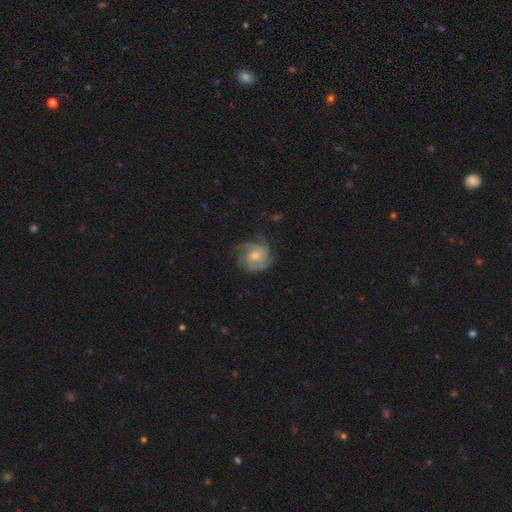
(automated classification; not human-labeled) Smooth or featured: featured or disk — 84% (smooth — 10%)
Edge-on disk: no — 98% (yes — 2%)
Bar: no — 71% (weak — 25%)
Spiral arms: yes — 97% (no — 3%)
Spiral winding: tight — 55% (medium — 37%)
Spiral arm count: 3 — 45% (2 — 16%)
Bulge size: moderate — 56% (small — 34%)
Merging: none — 72% (minor disturbance — 19%)